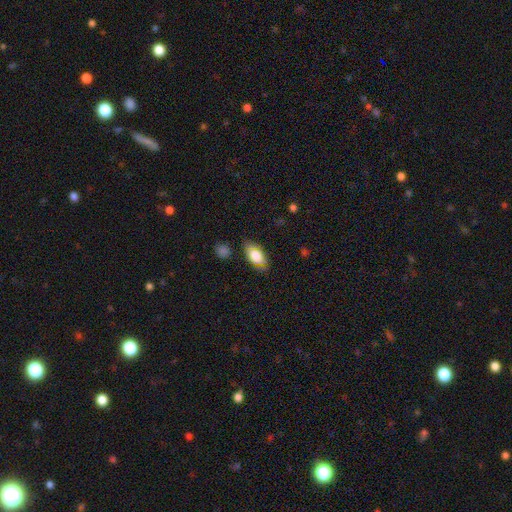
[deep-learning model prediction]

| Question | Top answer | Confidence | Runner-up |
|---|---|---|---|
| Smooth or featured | smooth | 69% | featured or disk (23%) |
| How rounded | in between | 89% | cigar-shaped (6%) |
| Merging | none | 78% | minor disturbance (16%) |